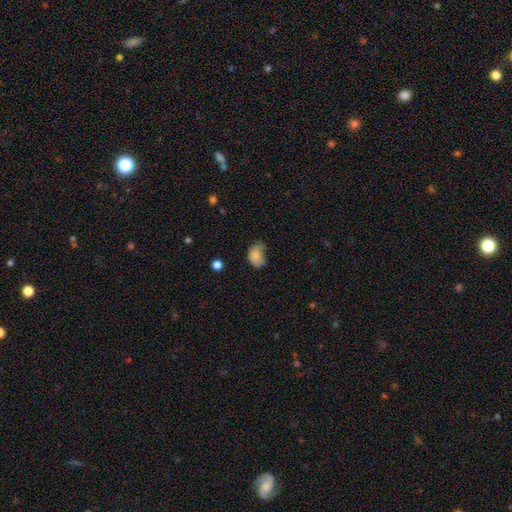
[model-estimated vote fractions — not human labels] Smooth or featured?
  - smooth: 81% *
  - star or artifact: 10%
  - featured or disk: 9%
How rounded?
  - in between: 72% *
  - round: 27%
  - cigar-shaped: 1%
Merging?
  - minor disturbance: 41% *
  - none: 34%
  - major disturbance: 21%
  - merger: 4%